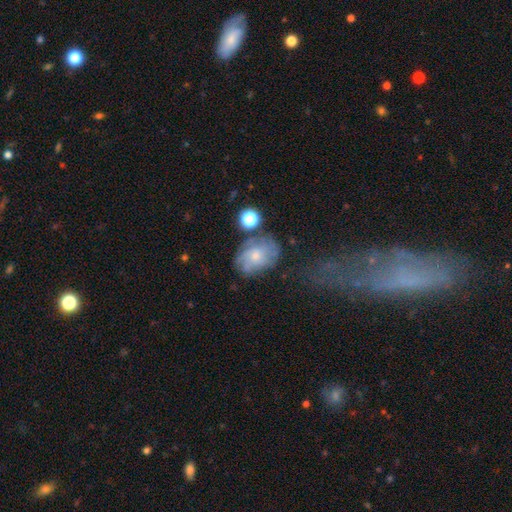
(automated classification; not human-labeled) featured or disk 56%, smooth 32%, star or artifact 11%. Down the decision tree: edge-on disk — no (96%); bar — no (80%); spiral arms — yes (80%); bulge size — small (68%); merging — none (57%).